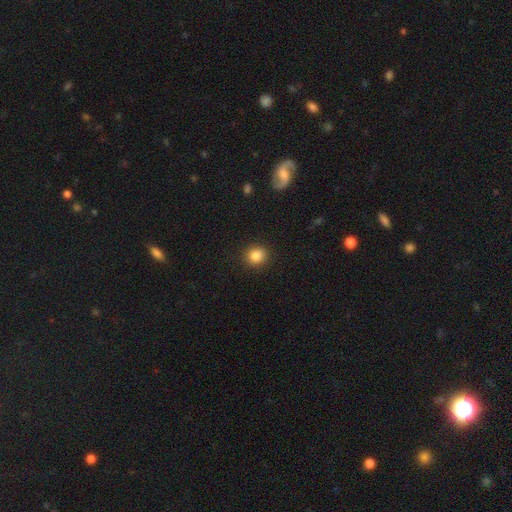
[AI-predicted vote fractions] smooth 85%, star or artifact 10%, featured or disk 4%. Down the decision tree: how rounded — round (80%); merging — none (90%).